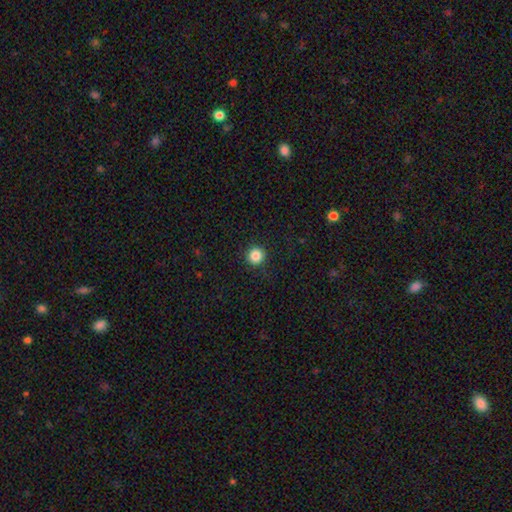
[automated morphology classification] Smooth or featured: smooth — 86% (star or artifact — 10%)
How rounded: round — 95% (in between — 4%)
Merging: none — 92% (minor disturbance — 5%)